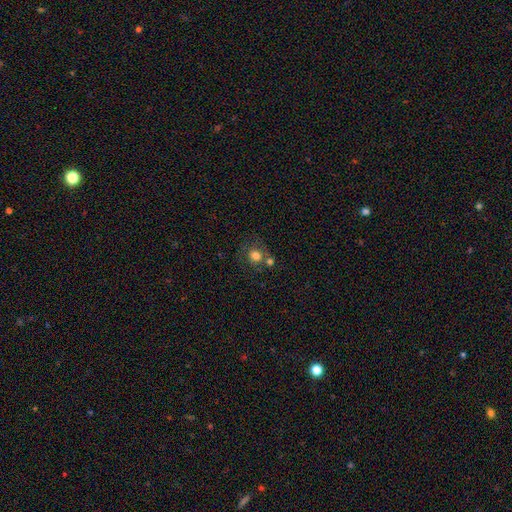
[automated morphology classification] Overall: smooth (75%). How rounded: round (86%). Merging: none (57%; merger 25%).